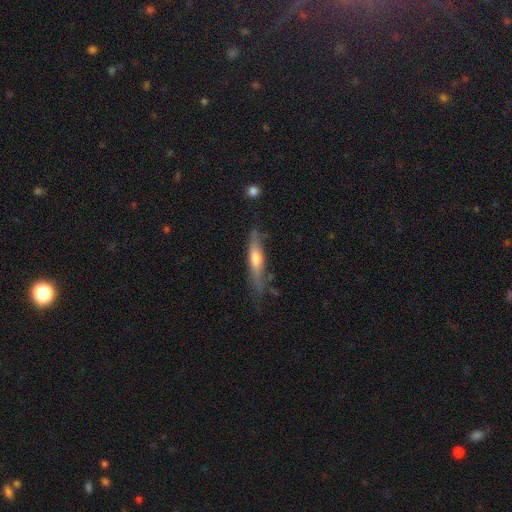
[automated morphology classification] smooth_or_featured: featured or disk (p=0.53) [alt: smooth p=0.41]
disk_edge_on: yes (p=0.89) [alt: no p=0.11]
merging: none (p=0.70) [alt: minor disturbance p=0.22]